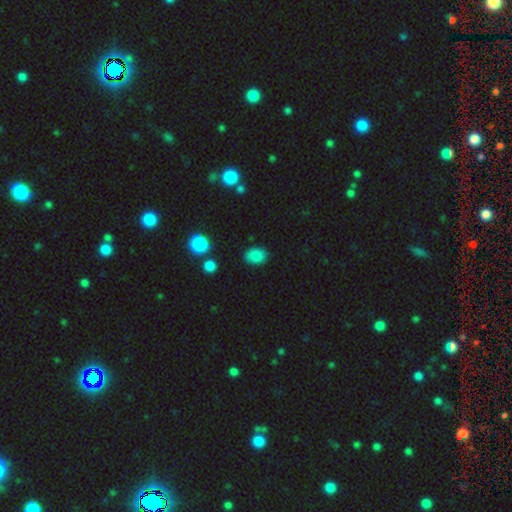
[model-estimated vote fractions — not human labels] Q: Smooth or featured?
A: smooth (84%); runner-up: star or artifact (10%)
Q: How rounded?
A: in between (70%); runner-up: round (29%)
Q: Merging?
A: none (83%); runner-up: minor disturbance (12%)